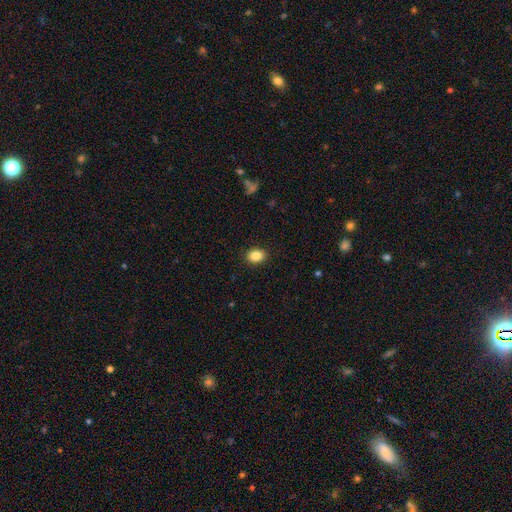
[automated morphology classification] smooth 86%, star or artifact 9%, featured or disk 5%. Down the decision tree: how rounded — in between (67%); merging — none (90%).